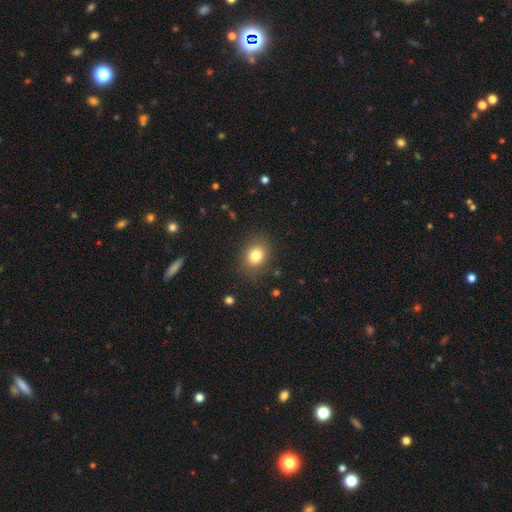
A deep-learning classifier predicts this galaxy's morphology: The model was most divided on "how rounded": round: 61%, in between: 38%, cigar-shaped: 1%. More confident: merging — none (83%); smooth or featured — smooth (80%).